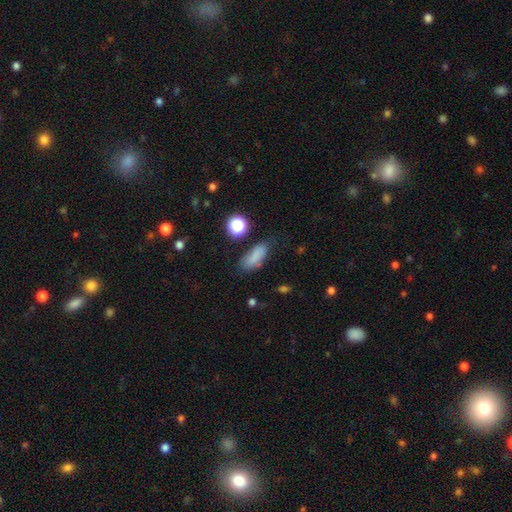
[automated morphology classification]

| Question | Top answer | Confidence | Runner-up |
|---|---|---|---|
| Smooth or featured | smooth | 78% | star or artifact (13%) |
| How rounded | in between | 74% | cigar-shaped (19%) |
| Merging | none | 63% | minor disturbance (23%) |